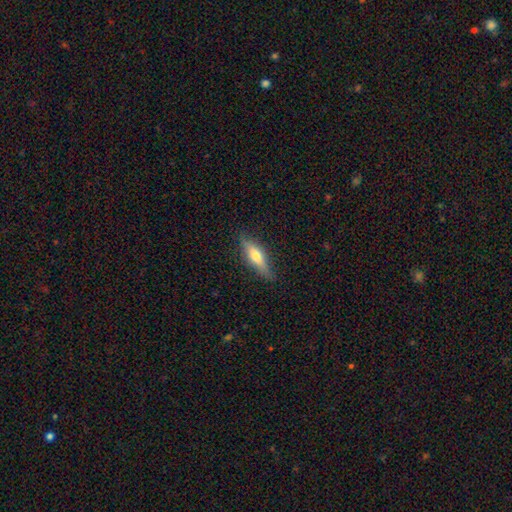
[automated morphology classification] Smooth or featured? smooth (53%)
How rounded? cigar-shaped (61%)
Merging? none (82%)